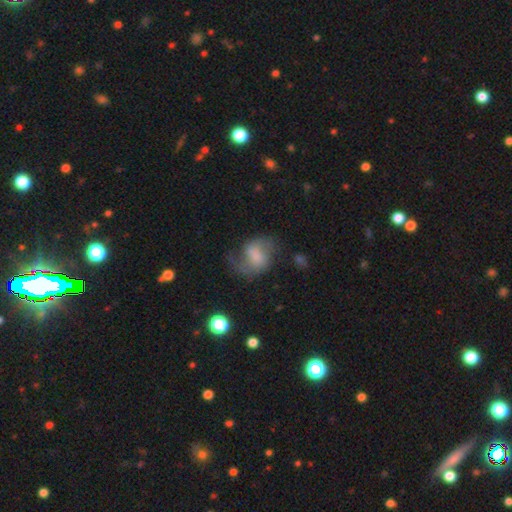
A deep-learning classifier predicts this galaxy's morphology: The model was most divided on "bar": weak: 45%, no: 40%, strong: 15%. Remaining: edge-on disk — no (97%); spiral arms — yes (87%); smooth or featured — featured or disk (58%); merging — none (49%); bulge size — none (30%).